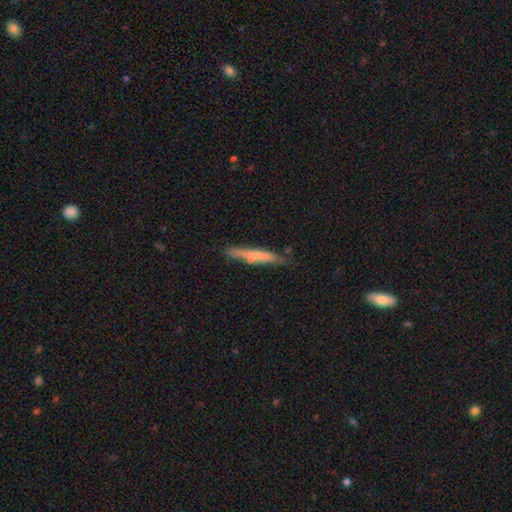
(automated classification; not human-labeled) Smooth or featured: smooth — 62% (featured or disk — 32%)
How rounded: cigar-shaped — 94% (in between — 5%)
Merging: none — 75% (minor disturbance — 17%)